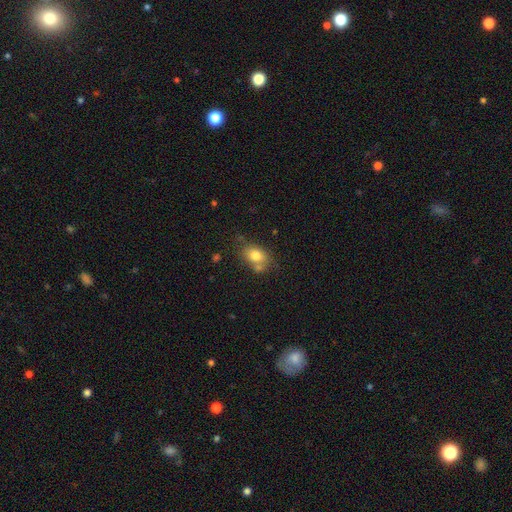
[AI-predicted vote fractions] Smooth or featured: smooth — 78% (featured or disk — 13%)
How rounded: in between — 76% (round — 22%)
Merging: none — 58% (merger — 19%)